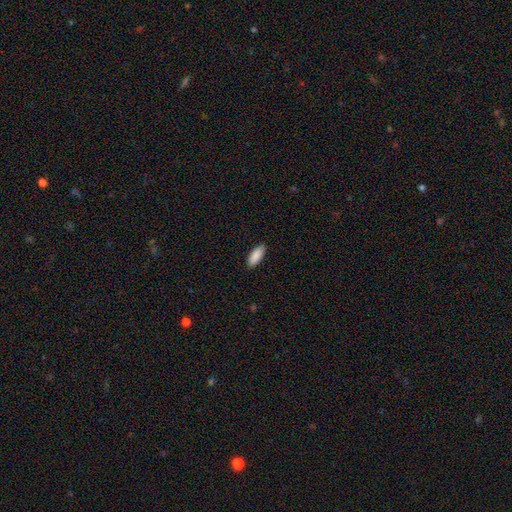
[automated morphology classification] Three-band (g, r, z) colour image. It shows a smooth galaxy with no disk features (90%) that is in between round and cigar-shaped (78%). Merging: none (88%).